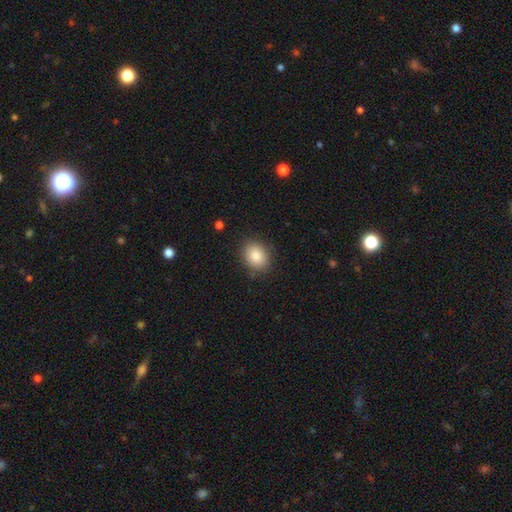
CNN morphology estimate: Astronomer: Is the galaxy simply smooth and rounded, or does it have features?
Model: smooth — 85%.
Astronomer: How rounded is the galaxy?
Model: in between — 52% (runner-up: round, 47%).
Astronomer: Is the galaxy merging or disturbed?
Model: none — 86%.